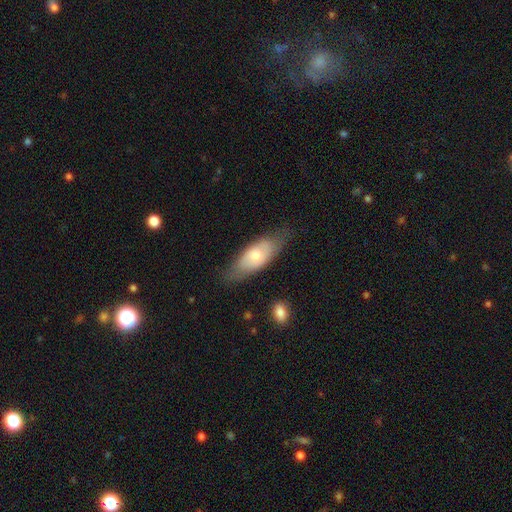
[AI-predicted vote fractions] A smooth galaxy with no disk features (61%) that is in between round and cigar-shaped (75%).

Vote fractions:
- Smooth or featured? smooth: 61% / featured or disk: 33% / star or artifact: 6%
- How rounded? in between: 75% / cigar-shaped: 22% / round: 3%
- Merging? none: 67% / minor disturbance: 23% / major disturbance: 7% / merger: 2%